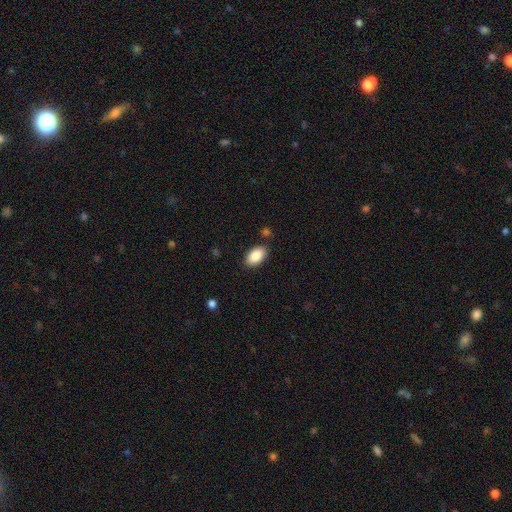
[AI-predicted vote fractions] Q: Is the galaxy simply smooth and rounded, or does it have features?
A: smooth — 88%.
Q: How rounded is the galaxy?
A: in between — 94%.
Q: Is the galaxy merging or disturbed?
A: none — 85%.